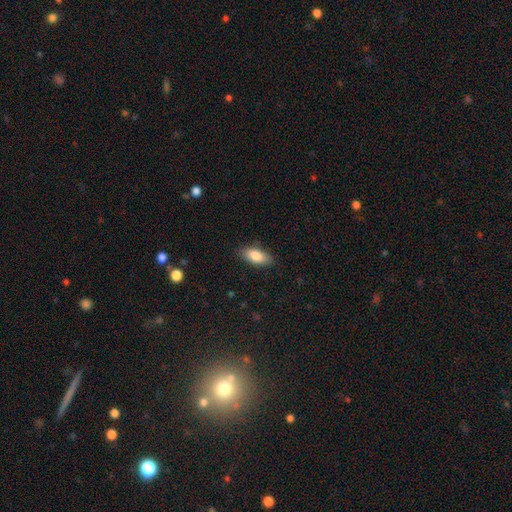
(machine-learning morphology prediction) Smooth or featured: smooth — 85% (featured or disk — 8%)
How rounded: in between — 86% (cigar-shaped — 11%)
Merging: none — 84% (minor disturbance — 12%)